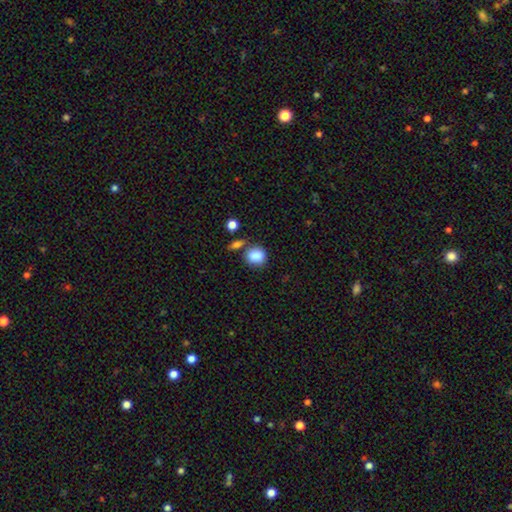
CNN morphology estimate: smooth_or_featured: smooth (p=0.87) [alt: star or artifact p=0.09]
how_rounded: round (p=0.74) [alt: in between p=0.25]
merging: none (p=0.63) [alt: minor disturbance p=0.17]